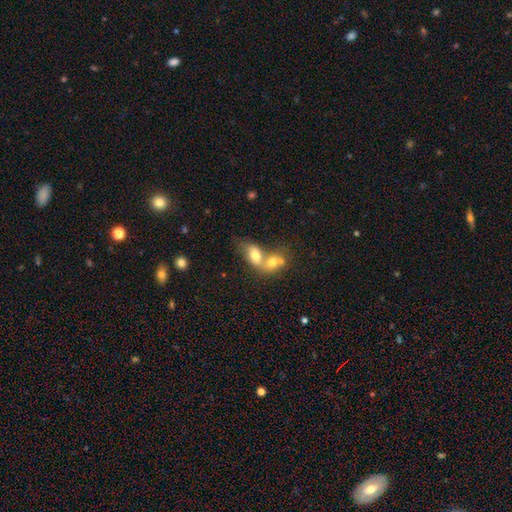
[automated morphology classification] The model was most divided on "smooth or featured": smooth: 70%, featured or disk: 21%, star or artifact: 9%. More confident: how rounded — in between (76%); merging — merger (73%).